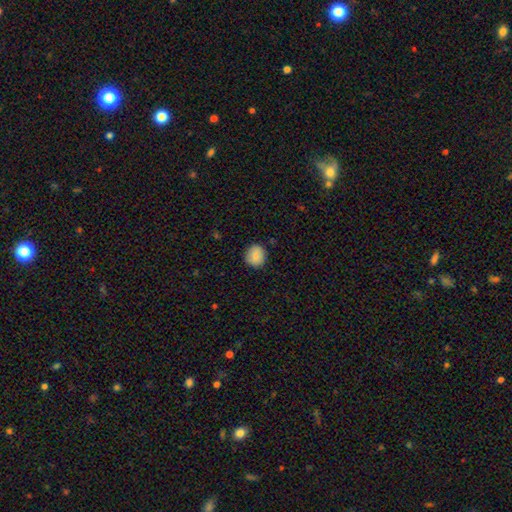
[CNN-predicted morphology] smooth-or-featured: smooth: 86% | star or artifact: 8% | featured or disk: 6%
  how-rounded: round: 86% | in between: 13% | cigar-shaped: 1%
  merging: none: 88% | minor disturbance: 9% | major disturbance: 2% | merger: 1%